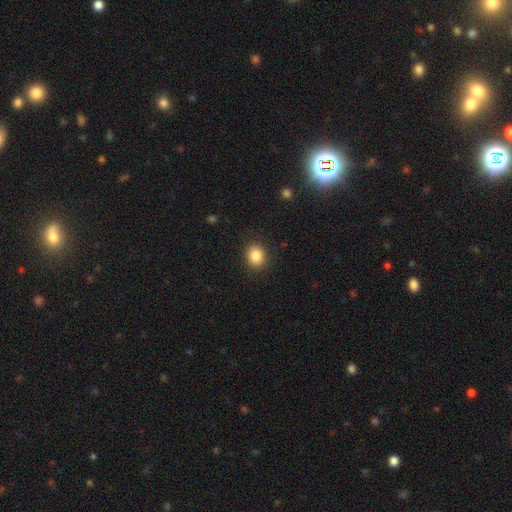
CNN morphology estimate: Q: Smooth or featured?
A: smooth (86%); runner-up: star or artifact (10%)
Q: How rounded?
A: round (68%); runner-up: in between (31%)
Q: Merging?
A: none (89%); runner-up: minor disturbance (8%)